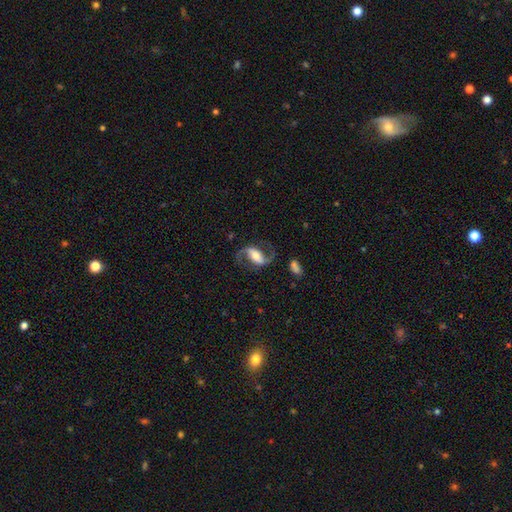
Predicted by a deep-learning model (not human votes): A featured or disk galaxy (85%) with a strong bar (49%), 2 (92%) loose (51%) spiral arms (95%) and a moderate central bulge (56%).

Vote fractions:
- Smooth or featured? featured or disk: 85% / smooth: 10% / star or artifact: 5%
- Edge-on disk? no: 96% / yes: 4%
- Bar? strong: 49% / weak: 31% / no: 20%
- Spiral arms? yes: 95% / no: 5%
- Spiral winding? loose: 51% / medium: 40% / tight: 9%
- Spiral arm count? 2: 92% / 1: 3% / can't tell: 2% / 3: 1% / 4: 1% / more than 4: 1%
- Bulge size? moderate: 56% / small: 23% / large: 16% / dominant: 3% / none: 2%
- Merging? none: 75% / minor disturbance: 13% / major disturbance: 11% / merger: 2%